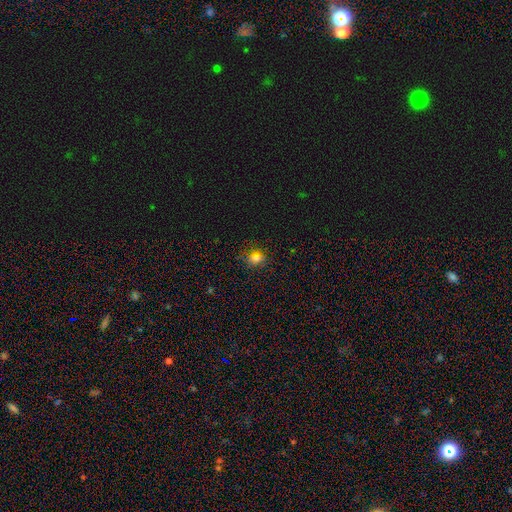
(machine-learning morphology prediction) Smooth or featured? Predicted: smooth (p=0.67). How rounded? Predicted: round (p=0.70). Merging? Predicted: none (p=0.84).